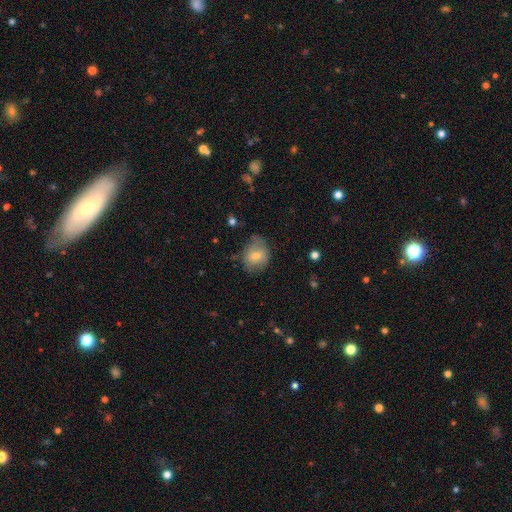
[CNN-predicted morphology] A smooth galaxy with no disk features (62%) that is in between round and cigar-shaped (51%).

Vote fractions:
- Smooth or featured? smooth: 62% / featured or disk: 28% / star or artifact: 10%
- How rounded? in between: 51% / round: 48% / cigar-shaped: 1%
- Merging? none: 59% / minor disturbance: 29% / major disturbance: 10% / merger: 2%